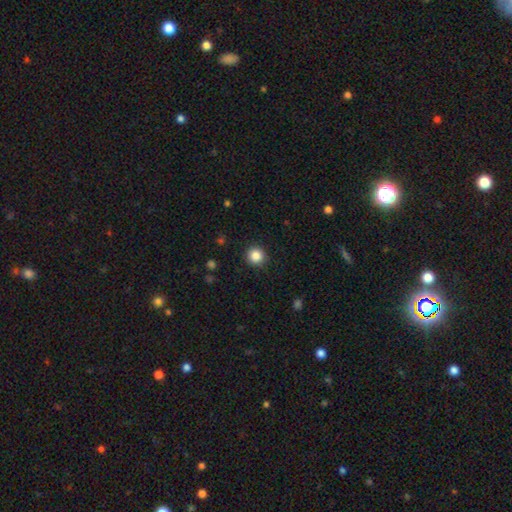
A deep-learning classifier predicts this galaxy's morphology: smooth-or-featured: smooth: 86% | star or artifact: 10% | featured or disk: 4%
  how-rounded: round: 94% | in between: 5% | cigar-shaped: 1%
  merging: none: 91% | minor disturbance: 6% | major disturbance: 2% | merger: 1%